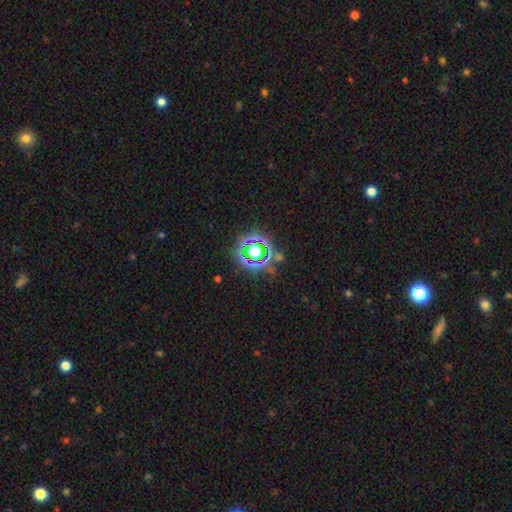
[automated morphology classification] A star or artifact, not a galaxy (69%).

Vote fractions:
- Smooth or featured? star or artifact: 69% / smooth: 20% / featured or disk: 11%